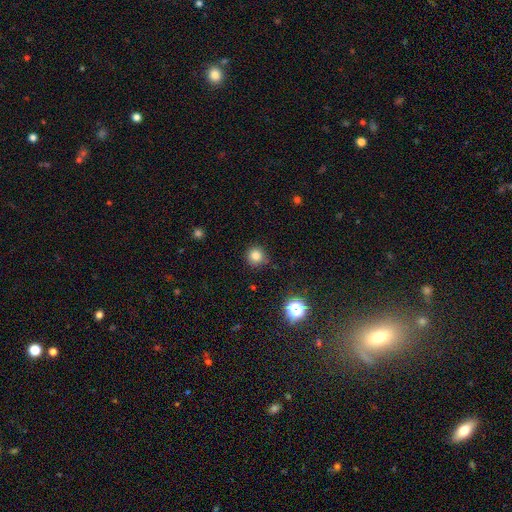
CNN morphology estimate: This appears to be a smooth galaxy with no disk features (80%) that is round (93%). Merging: none (85%).